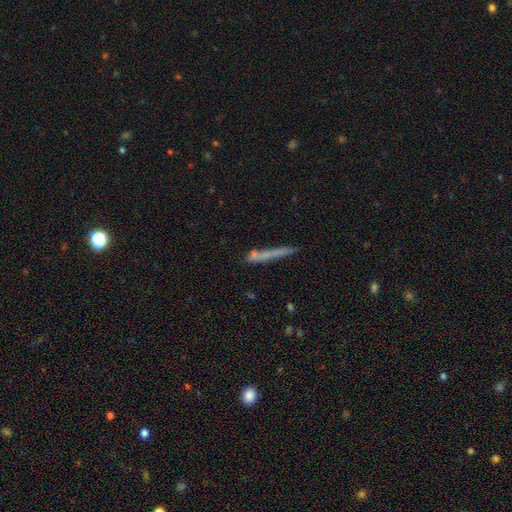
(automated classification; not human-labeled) smooth_or_featured: smooth (p=0.59) [alt: featured or disk p=0.32]
how_rounded: cigar-shaped (p=0.95) [alt: in between p=0.03]
merging: none (p=0.68) [alt: minor disturbance p=0.16]